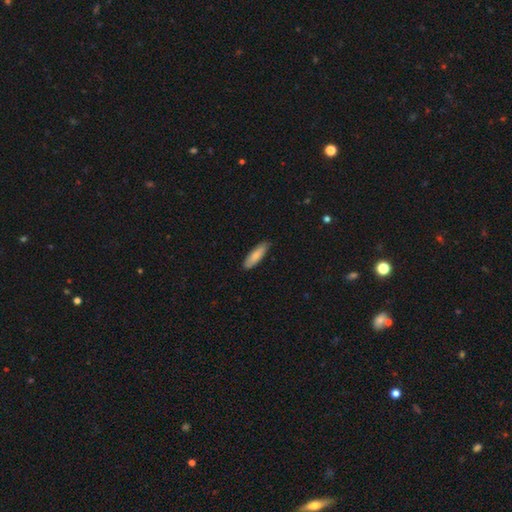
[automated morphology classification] Smooth or featured? smooth (79%)
How rounded? cigar-shaped (53%)
Merging? none (83%)